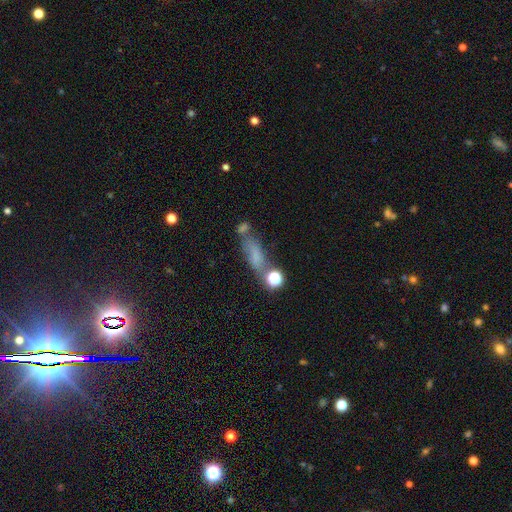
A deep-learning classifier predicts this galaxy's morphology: Q: Smooth or featured?
A: smooth (54%); runner-up: featured or disk (25%)
Q: How rounded?
A: cigar-shaped (47%); runner-up: in between (41%)
Q: Merging?
A: none (47%); runner-up: merger (22%)